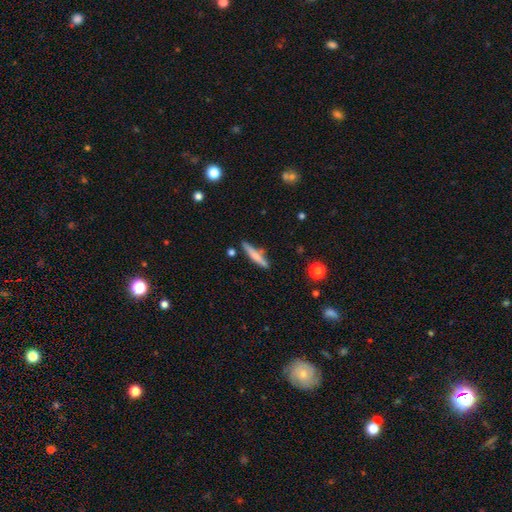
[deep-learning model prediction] Smooth or featured? smooth (60%)
How rounded? cigar-shaped (92%)
Merging? none (78%)